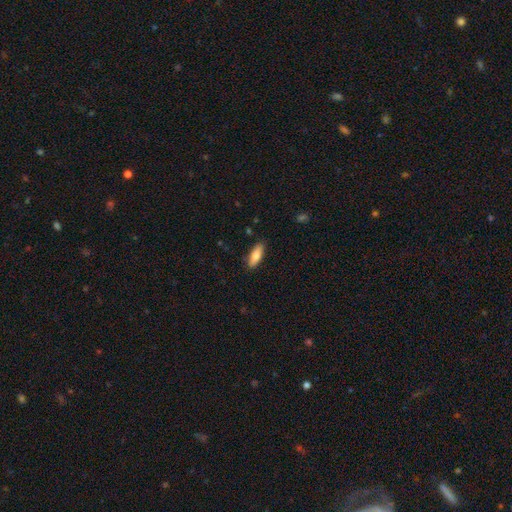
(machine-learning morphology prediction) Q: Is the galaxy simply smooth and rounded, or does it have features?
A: smooth — 75%.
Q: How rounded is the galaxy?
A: in between — 61%.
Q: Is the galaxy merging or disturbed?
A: none — 87%.